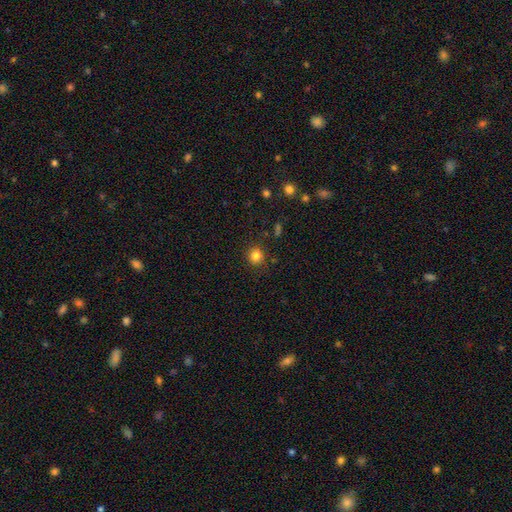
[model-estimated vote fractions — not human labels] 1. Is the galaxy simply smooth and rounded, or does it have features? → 83% smooth, 12% star or artifact, 6% featured or disk.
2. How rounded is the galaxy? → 90% round, 9% in between, 1% cigar-shaped.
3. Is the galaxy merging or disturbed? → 87% none, 9% minor disturbance, 3% major disturbance, 2% merger.